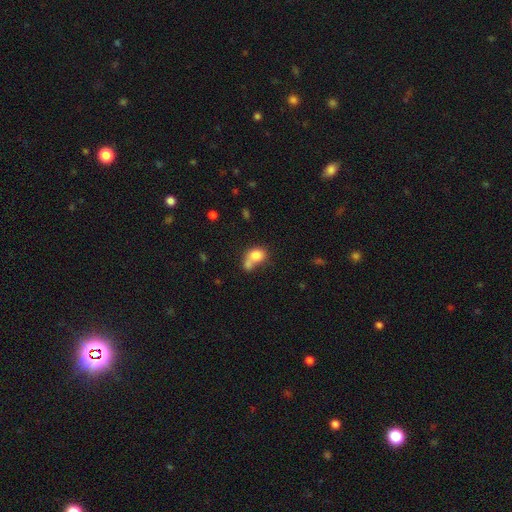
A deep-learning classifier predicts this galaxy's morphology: Smooth or featured? smooth (78%)
How rounded? round (51%)
Merging? merger (53%)